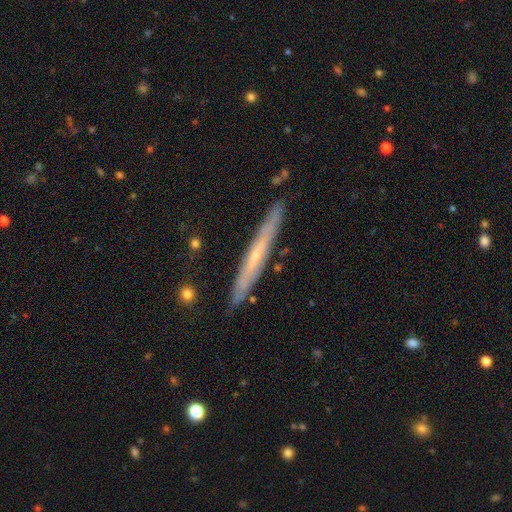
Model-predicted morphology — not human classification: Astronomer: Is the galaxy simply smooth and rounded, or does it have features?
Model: featured or disk — 63%.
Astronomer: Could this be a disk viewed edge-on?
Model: yes — 92%.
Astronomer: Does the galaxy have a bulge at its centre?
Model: none — 60% (runner-up: rounded, 37%).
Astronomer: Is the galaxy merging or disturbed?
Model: none — 86%.